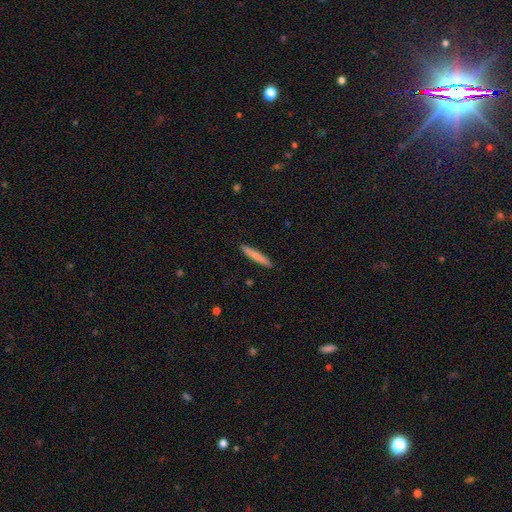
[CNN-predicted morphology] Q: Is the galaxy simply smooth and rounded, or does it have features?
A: smooth — 79%.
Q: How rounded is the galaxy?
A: cigar-shaped — 95%.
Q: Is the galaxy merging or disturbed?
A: none — 91%.